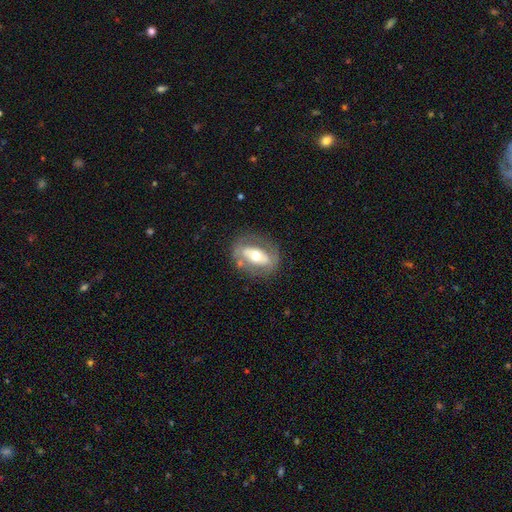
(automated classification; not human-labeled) featured or disk 57%, smooth 37%, star or artifact 6%. Down the decision tree: edge-on disk — no (85%); merging — none (72%).